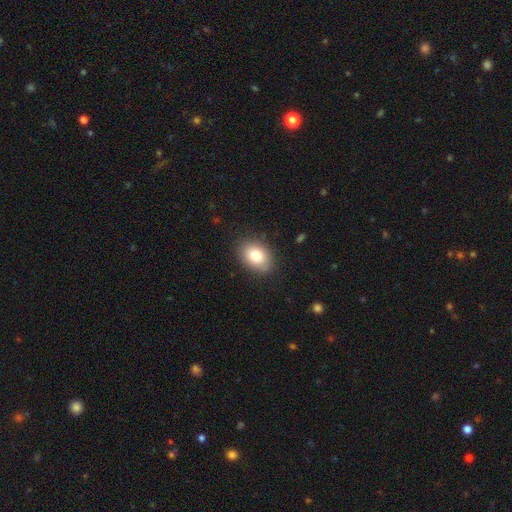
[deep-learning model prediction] The model was most divided on "how rounded": in between: 73%, round: 26%, cigar-shaped: 1%. More confident: merging — none (86%); smooth or featured — smooth (80%).